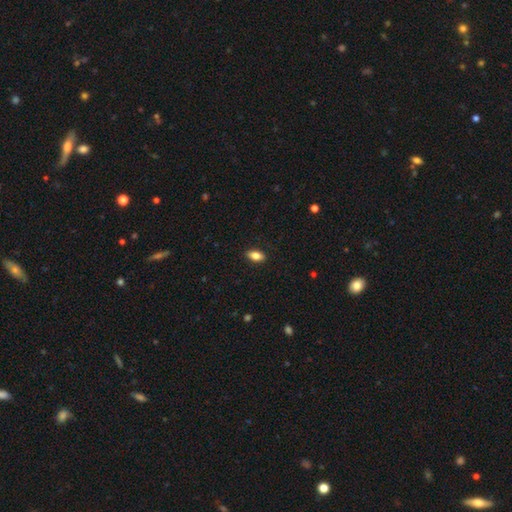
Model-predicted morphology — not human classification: Smooth or featured? smooth (80%)
How rounded? in between (88%)
Merging? none (88%)